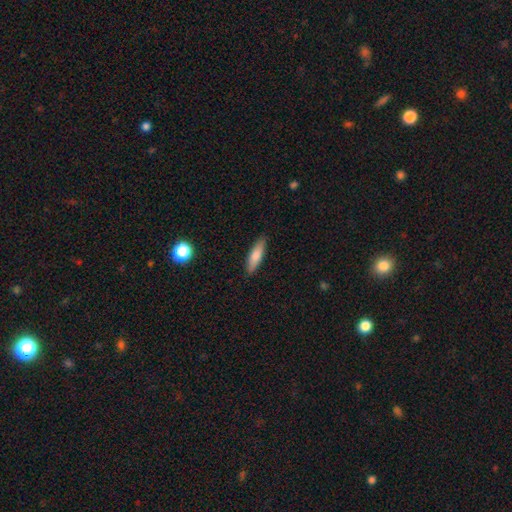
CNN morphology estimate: This is likely a smooth galaxy (78%). How rounded: likely cigar-shaped (62%). Merging: clearly none (88%).